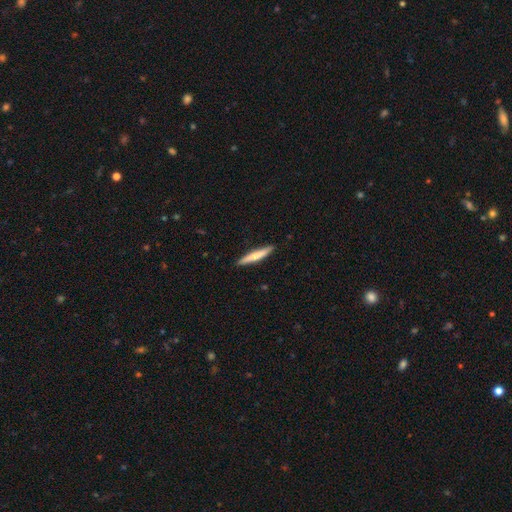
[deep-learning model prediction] A smooth galaxy with no disk features (66%) that is cigar-shaped (93%).

Vote fractions:
- Smooth or featured? smooth: 66% / featured or disk: 29% / star or artifact: 5%
- How rounded? cigar-shaped: 93% / in between: 5% / round: 1%
- Merging? none: 90% / minor disturbance: 8% / major disturbance: 1% / merger: 1%